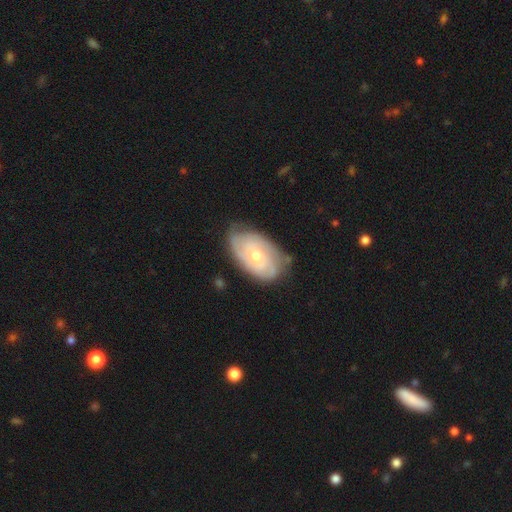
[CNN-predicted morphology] This appears to be a featured or disk galaxy (72%) with no bar (71%), tight (67%) spiral arms (89%) and a moderate central bulge (50%). Merging: none (71%).